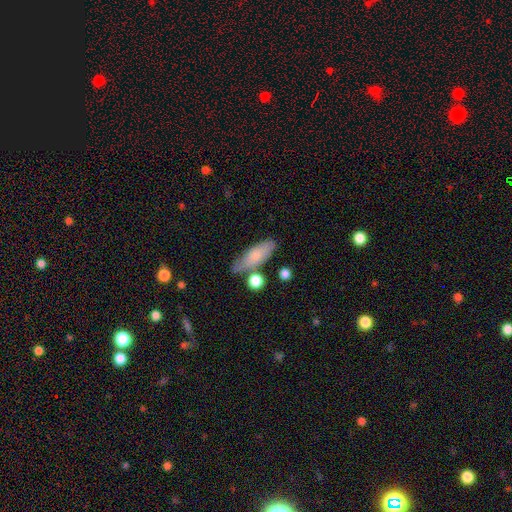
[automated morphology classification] smooth-or-featured: smooth: 74% | featured or disk: 20% | star or artifact: 6%
  how-rounded: in between: 64% | cigar-shaped: 33% | round: 3%
  merging: none: 63% | minor disturbance: 20% | merger: 12% | major disturbance: 6%